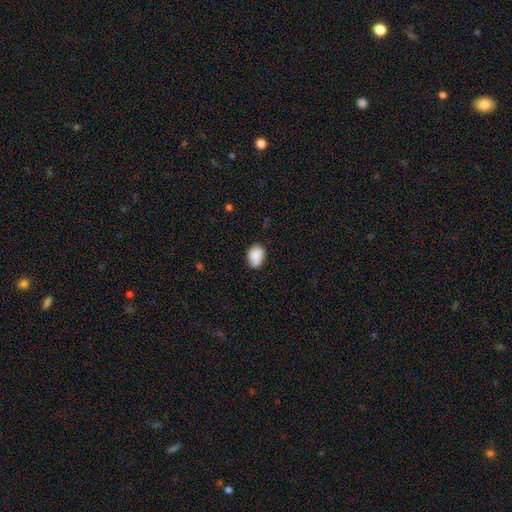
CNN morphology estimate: Overall: smooth (88%). How rounded: in between (76%). Merging: none (74%).